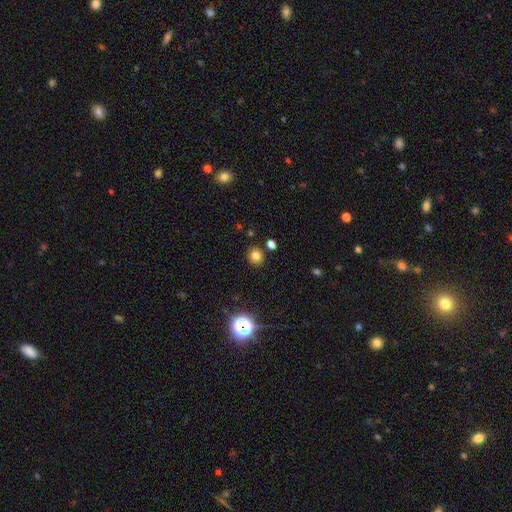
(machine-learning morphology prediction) Q: Smooth or featured?
A: smooth (76%); runner-up: star or artifact (16%)
Q: How rounded?
A: round (87%); runner-up: in between (12%)
Q: Merging?
A: none (87%); runner-up: minor disturbance (7%)